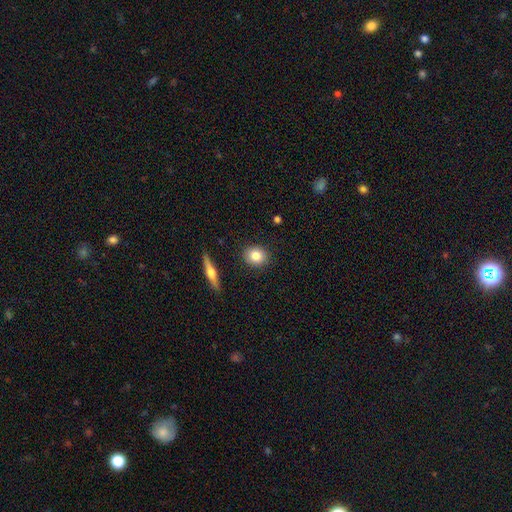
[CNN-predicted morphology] Smooth or featured? Predicted: smooth (p=0.82). How rounded? Predicted: round (p=0.67). Merging? Predicted: none (p=0.88).